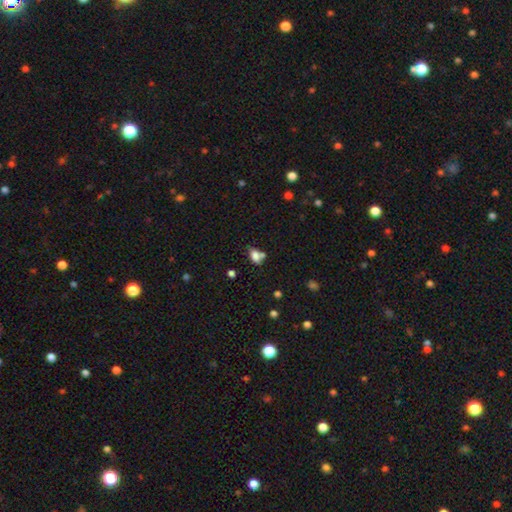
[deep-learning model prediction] smooth 79%, star or artifact 11%, featured or disk 11%. Down the decision tree: how rounded — in between (83%); merging — none (47%).